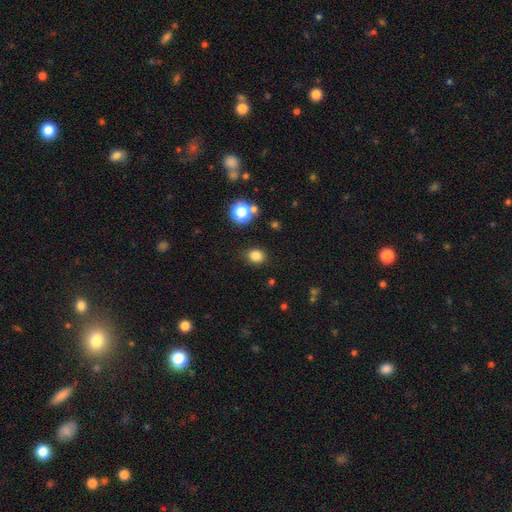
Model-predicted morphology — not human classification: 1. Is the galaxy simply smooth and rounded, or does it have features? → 81% smooth, 14% star or artifact, 5% featured or disk.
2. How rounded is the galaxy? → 67% round, 32% in between, 1% cigar-shaped.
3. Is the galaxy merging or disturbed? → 85% none, 10% minor disturbance, 3% major disturbance, 3% merger.